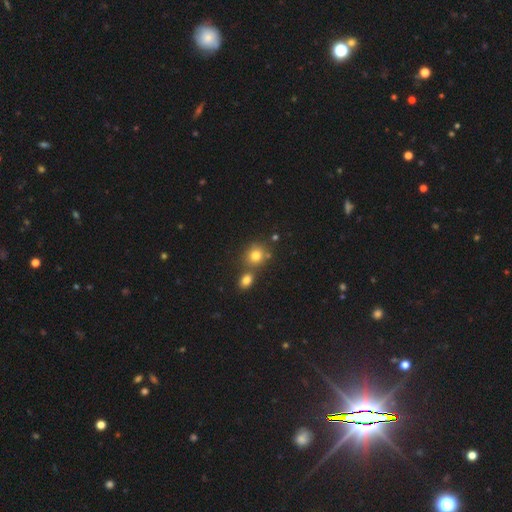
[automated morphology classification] This is likely a smooth galaxy (78%). How rounded: likely round (78%). Merging: possibly none (59%).